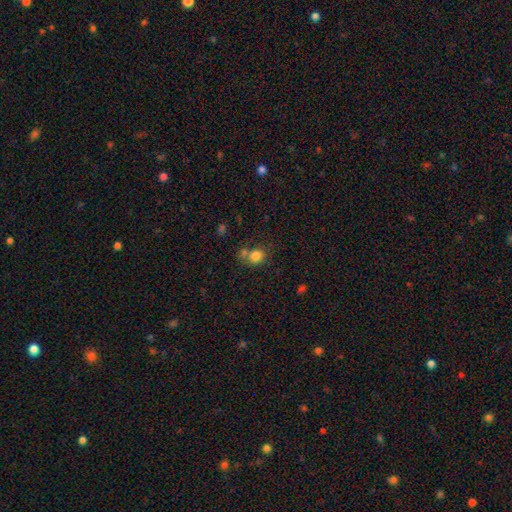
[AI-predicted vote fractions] The model was most divided on "merging": none: 51%, merger: 29%, minor disturbance: 14%, major disturbance: 6%. More confident: smooth or featured — smooth (81%); how rounded — round (74%).